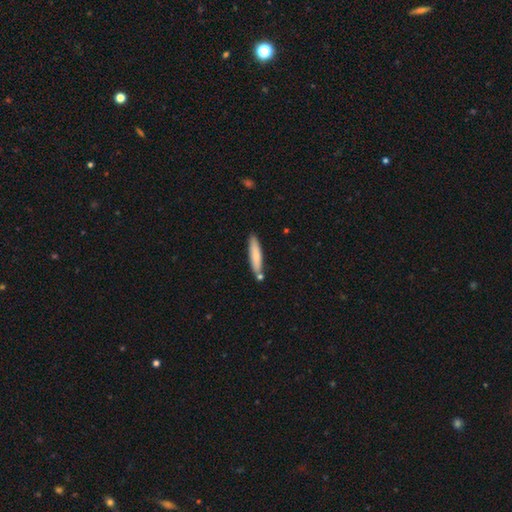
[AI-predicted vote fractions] This appears to be a smooth galaxy with no disk features (77%) that is cigar-shaped (86%). Merging: none (75%).